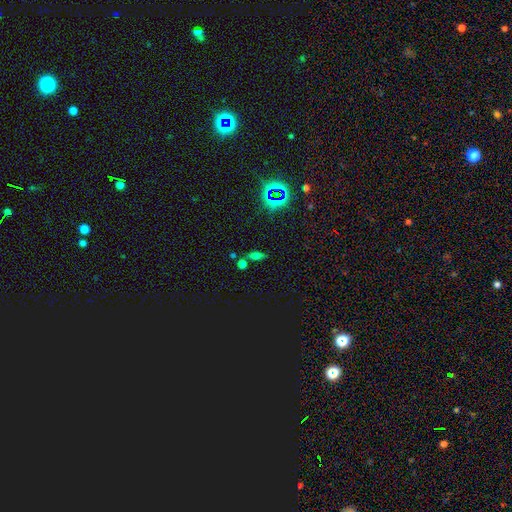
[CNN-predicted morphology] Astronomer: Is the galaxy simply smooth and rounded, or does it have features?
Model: smooth — 57%.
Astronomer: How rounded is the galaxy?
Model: in between — 63%.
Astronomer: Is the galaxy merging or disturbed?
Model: none — 62%.